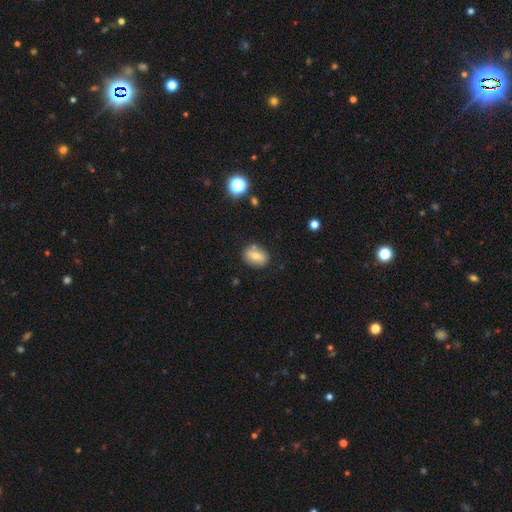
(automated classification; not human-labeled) Q: Smooth or featured?
A: smooth (66%); runner-up: featured or disk (25%)
Q: How rounded?
A: in between (62%); runner-up: round (37%)
Q: Merging?
A: none (78%); runner-up: minor disturbance (13%)